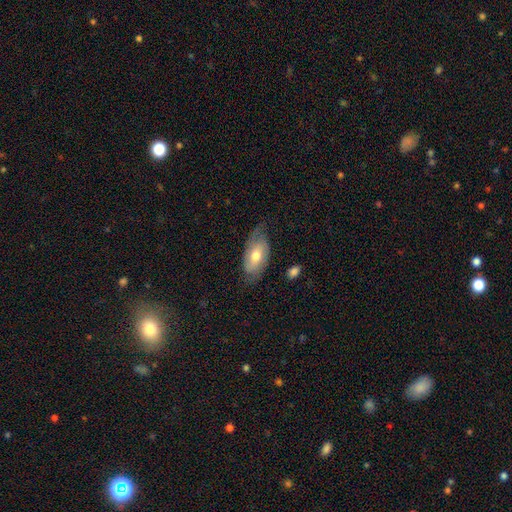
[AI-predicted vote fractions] smooth-or-featured: featured or disk: 50% | smooth: 43% | star or artifact: 6%
  disk-edge-on: no: 89% | yes: 11%
  merging: none: 65% | minor disturbance: 25% | major disturbance: 9% | merger: 2%